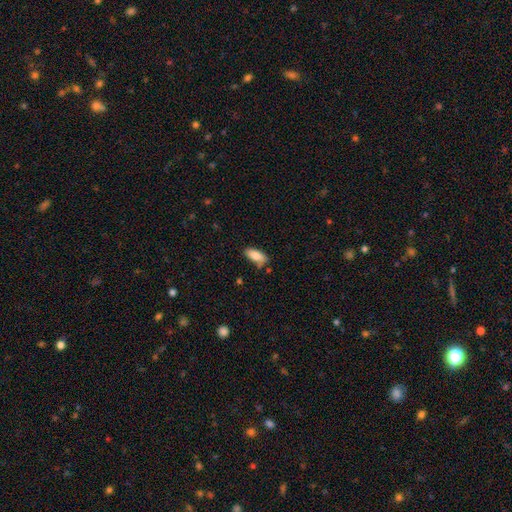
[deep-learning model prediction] Smooth or featured: smooth — 83% (featured or disk — 11%)
How rounded: in between — 84% (cigar-shaped — 14%)
Merging: none — 68% (minor disturbance — 21%)